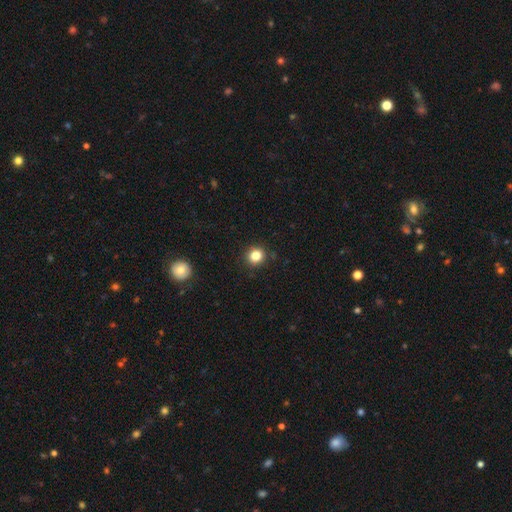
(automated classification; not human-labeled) Smooth or featured: smooth — 83% (star or artifact — 12%)
How rounded: round — 88% (in between — 11%)
Merging: none — 90% (minor disturbance — 7%)